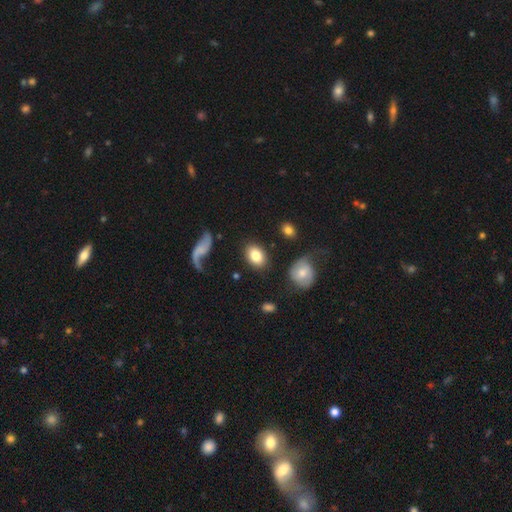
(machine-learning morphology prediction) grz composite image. It shows a smooth galaxy with no disk features (79%) that is in between round and cigar-shaped (81%). Merging: none (81%).